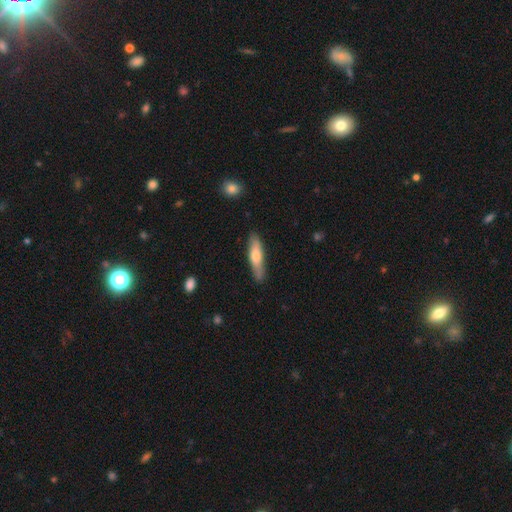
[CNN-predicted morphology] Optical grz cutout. It shows a smooth galaxy with no disk features (64%) that is cigar-shaped (74%). Merging: none (82%).